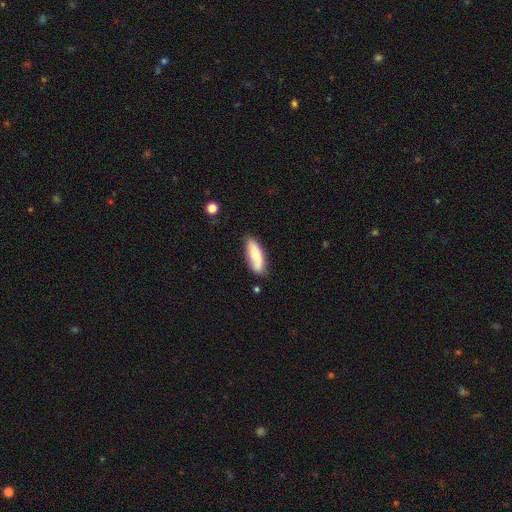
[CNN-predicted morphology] A smooth galaxy with no disk features (71%) that is in between round and cigar-shaped (71%). Merging: none (73%).